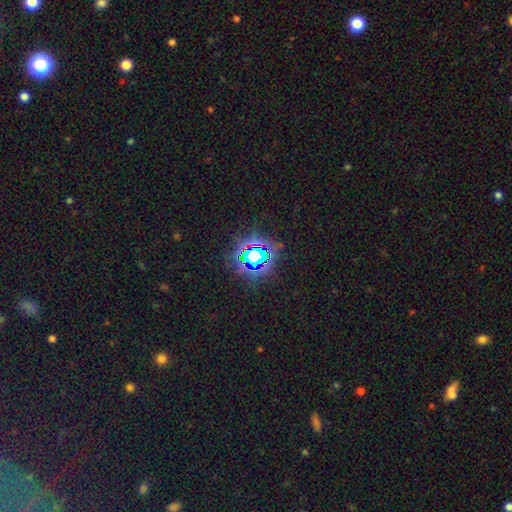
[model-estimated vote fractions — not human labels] The model was most divided on "smooth or featured": star or artifact: 77%, smooth: 13%, featured or disk: 10%.